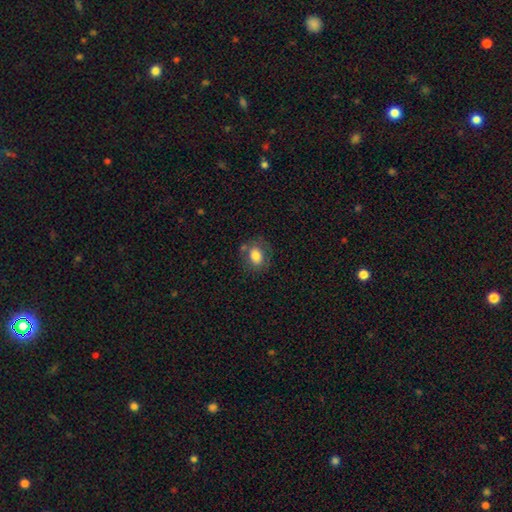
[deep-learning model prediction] Smooth or featured? Predicted: smooth (p=0.77). How rounded? Predicted: in between (p=0.63). Merging? Predicted: none (p=0.67).